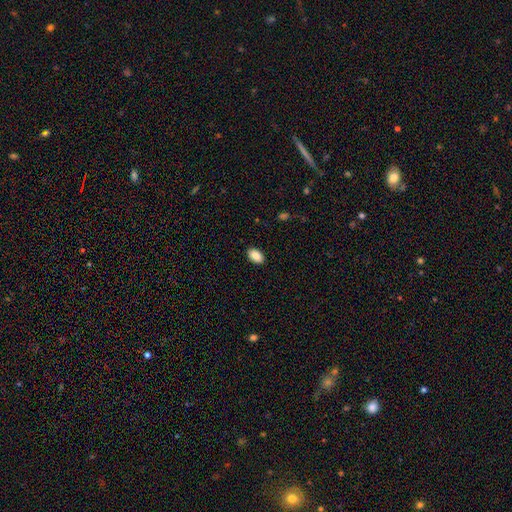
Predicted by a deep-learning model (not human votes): A smooth galaxy with no disk features (88%) that is in between round and cigar-shaped (92%). Merging: none (90%).